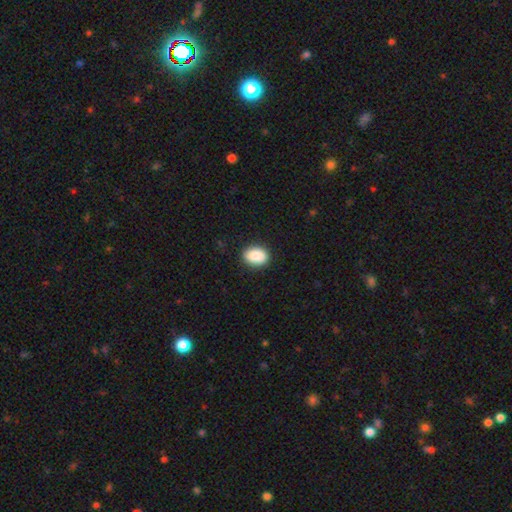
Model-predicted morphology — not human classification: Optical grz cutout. It shows a smooth galaxy with no disk features (86%) that is in between round and cigar-shaped (69%). Merging: none (86%).